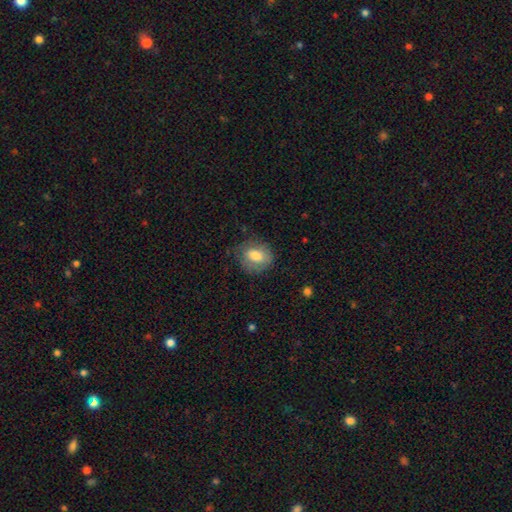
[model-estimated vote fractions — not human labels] Smooth or featured? Predicted: smooth (p=0.73). How rounded? Predicted: round (p=0.58). Merging? Predicted: none (p=0.67).